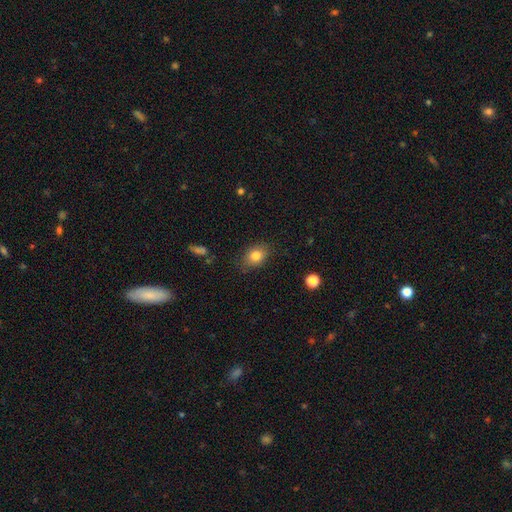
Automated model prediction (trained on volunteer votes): Smooth or featured? smooth (81%)
How rounded? in between (68%)
Merging? none (82%)